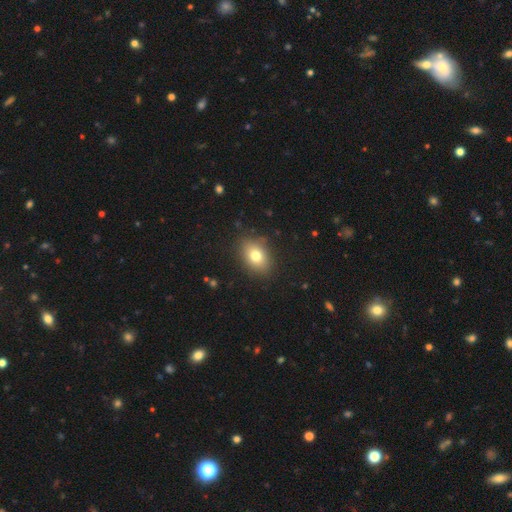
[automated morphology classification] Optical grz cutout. It shows a smooth galaxy with no disk features (78%) that is in between round and cigar-shaped (74%). Merging: none (86%).